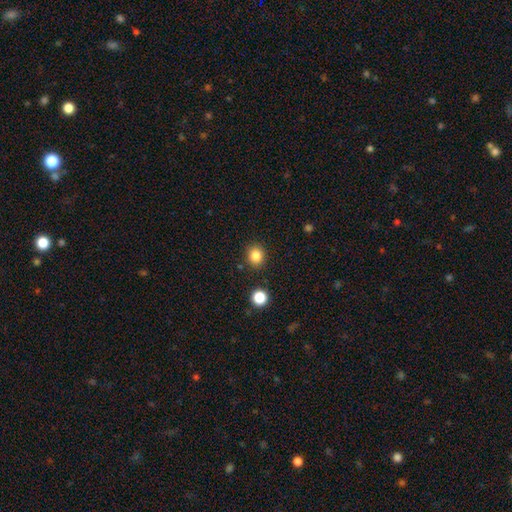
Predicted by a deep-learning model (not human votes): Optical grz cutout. It shows a smooth galaxy with no disk features (85%) that is round (78%). Merging: none (88%).